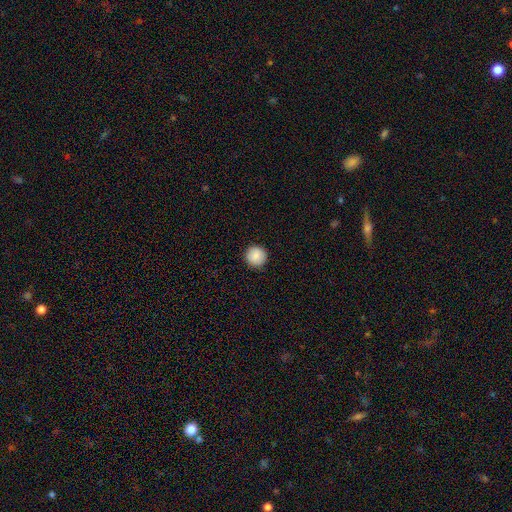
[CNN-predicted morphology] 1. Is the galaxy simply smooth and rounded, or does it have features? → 88% smooth, 8% star or artifact, 4% featured or disk.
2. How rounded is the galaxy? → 96% round, 3% in between, 1% cigar-shaped.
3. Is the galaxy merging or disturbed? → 93% none, 5% minor disturbance, 2% major disturbance, 1% merger.